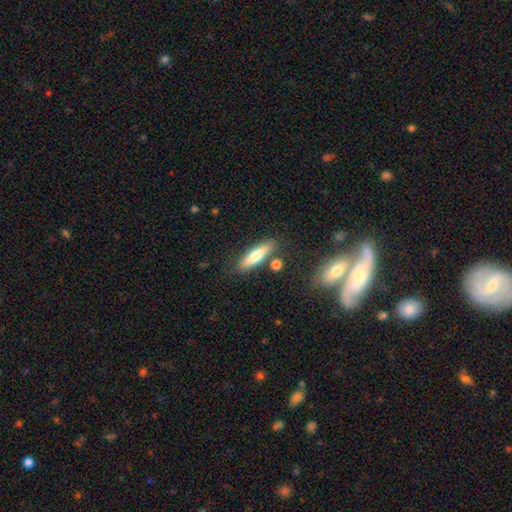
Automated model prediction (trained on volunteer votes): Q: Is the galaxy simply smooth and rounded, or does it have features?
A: smooth — 63%.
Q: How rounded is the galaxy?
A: cigar-shaped — 72%.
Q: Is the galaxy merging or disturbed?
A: none — 79%.